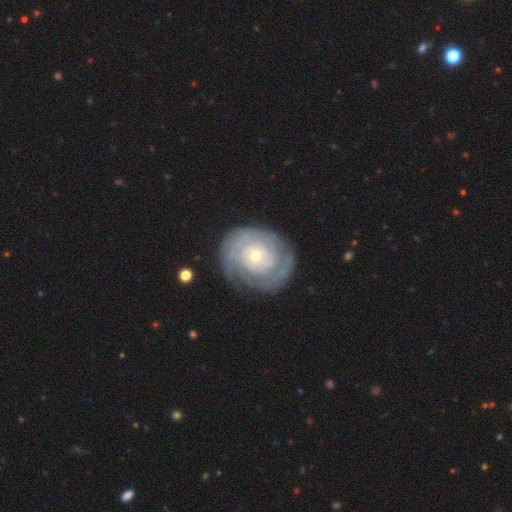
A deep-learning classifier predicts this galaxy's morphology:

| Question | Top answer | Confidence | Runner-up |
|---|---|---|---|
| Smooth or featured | featured or disk | 81% | smooth (14%) |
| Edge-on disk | no | 97% | yes (3%) |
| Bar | no | 82% | weak (14%) |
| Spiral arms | yes | 90% | no (10%) |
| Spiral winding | tight | 82% | medium (14%) |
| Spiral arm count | can't tell | 42% | 2 (22%) |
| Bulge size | small | 70% | moderate (26%) |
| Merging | none | 79% | minor disturbance (14%) |